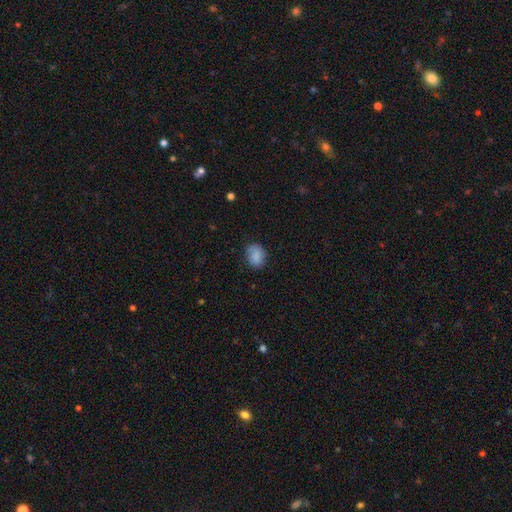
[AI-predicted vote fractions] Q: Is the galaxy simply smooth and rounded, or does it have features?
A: smooth — 84%.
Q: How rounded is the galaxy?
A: in between — 59%.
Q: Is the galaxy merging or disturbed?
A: none — 73%.